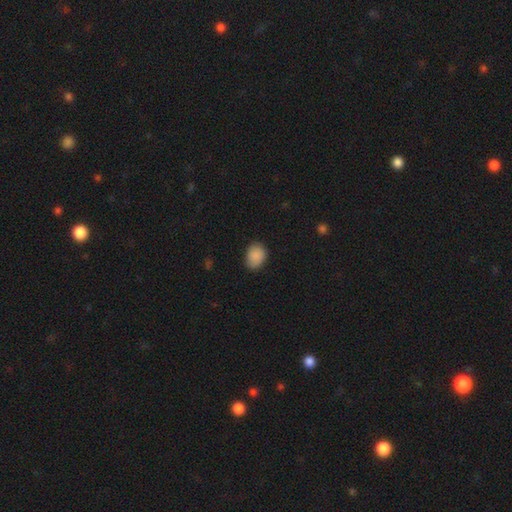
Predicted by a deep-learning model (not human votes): Smooth or featured?
  - smooth: 89% *
  - star or artifact: 8%
  - featured or disk: 3%
How rounded?
  - in between: 63% *
  - round: 36%
  - cigar-shaped: 1%
Merging?
  - none: 80% *
  - minor disturbance: 16%
  - major disturbance: 3%
  - merger: 1%